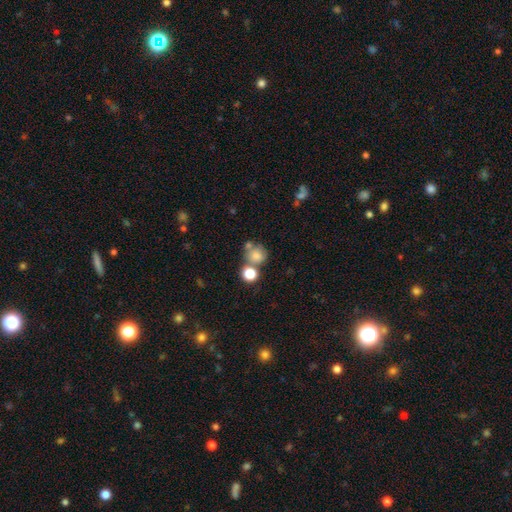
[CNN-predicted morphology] smooth 76%, featured or disk 12%, star or artifact 12%. Down the decision tree: how rounded — round (83%); merging — none (47%).